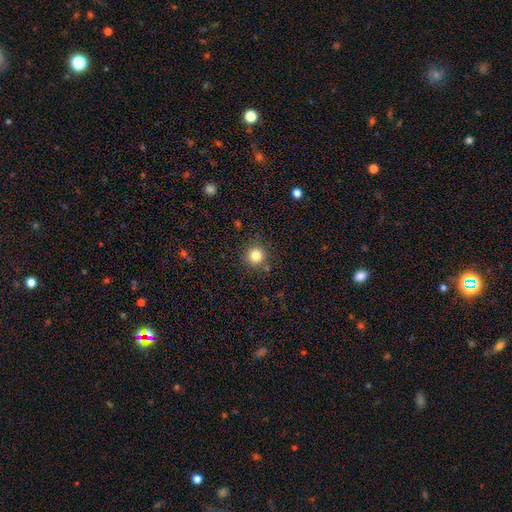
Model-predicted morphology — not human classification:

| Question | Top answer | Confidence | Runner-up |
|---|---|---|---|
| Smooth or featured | smooth | 83% | star or artifact (12%) |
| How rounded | round | 94% | in between (5%) |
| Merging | none | 86% | minor disturbance (8%) |